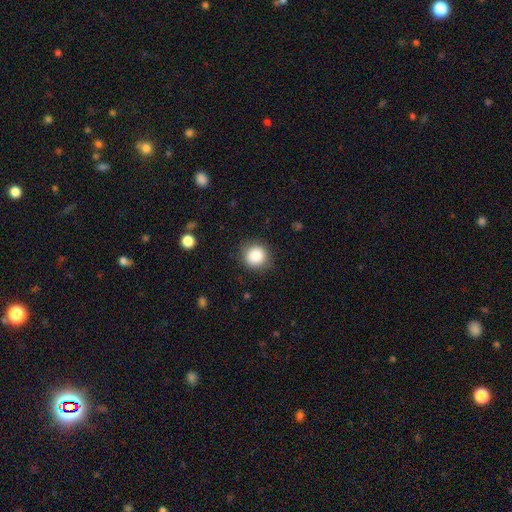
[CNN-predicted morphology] This appears to be a smooth galaxy with no disk features (86%) that is round (91%). Merging: none (86%).